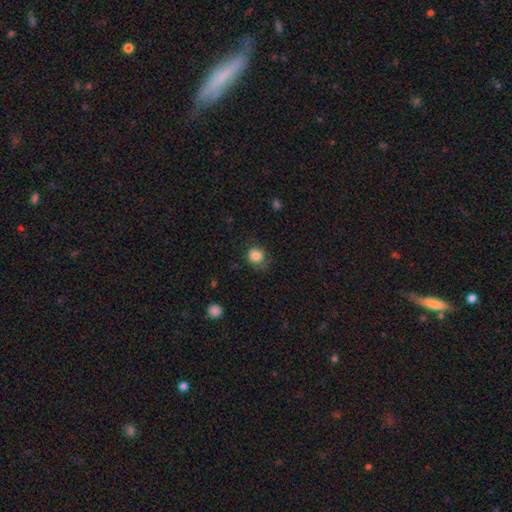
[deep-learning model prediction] A smooth galaxy with no disk features (84%) that is round (78%). Merging: none (66%).